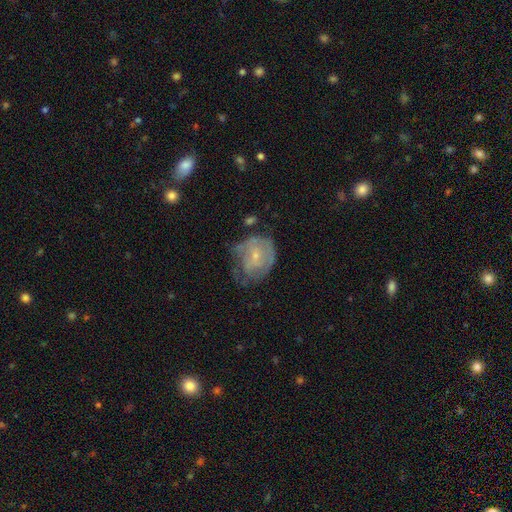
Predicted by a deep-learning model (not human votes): A featured or disk galaxy (61%) with no bar (72%), spiral arms (61%) and a small central bulge (73%). Merging: none (40%).